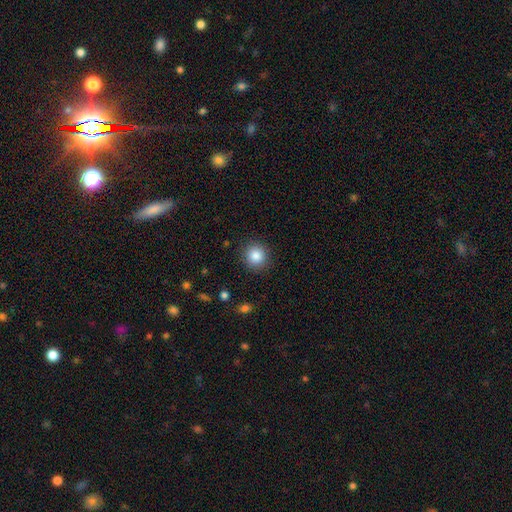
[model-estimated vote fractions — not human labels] Q: Smooth or featured?
A: smooth (86%); runner-up: star or artifact (9%)
Q: How rounded?
A: round (91%); runner-up: in between (8%)
Q: Merging?
A: none (89%); runner-up: minor disturbance (7%)